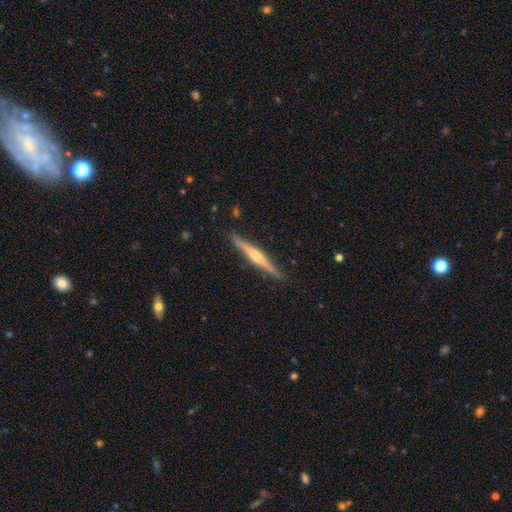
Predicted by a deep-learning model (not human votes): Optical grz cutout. It shows a featured or disk galaxy (72%) viewed edge-on (98%) with a rounded central bulge (72%). Merging: none (89%).